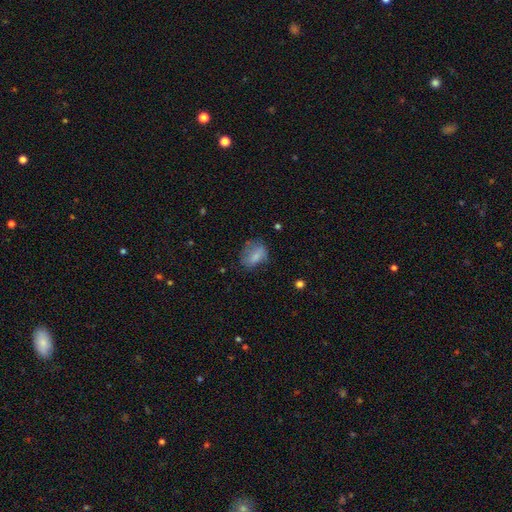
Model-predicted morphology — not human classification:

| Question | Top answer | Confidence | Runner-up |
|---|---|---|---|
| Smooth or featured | smooth | 71% | featured or disk (20%) |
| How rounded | in between | 76% | round (22%) |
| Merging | none | 52% | minor disturbance (28%) |